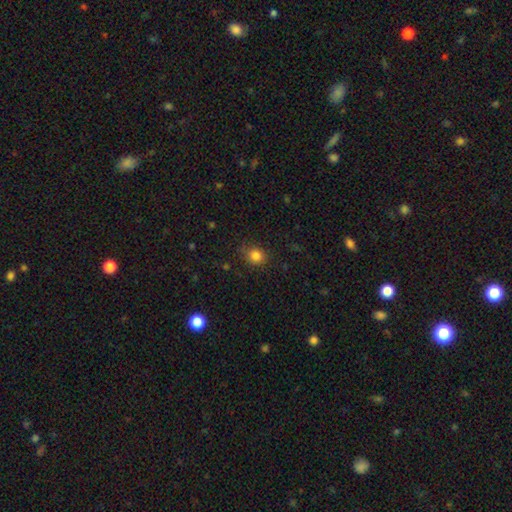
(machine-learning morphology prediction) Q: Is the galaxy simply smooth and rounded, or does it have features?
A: smooth — 83%.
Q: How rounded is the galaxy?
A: round — 76%.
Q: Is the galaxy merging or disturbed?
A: none — 81%.